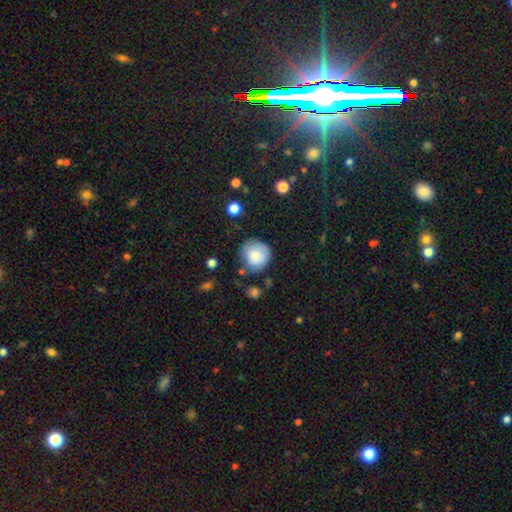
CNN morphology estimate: Q: Smooth or featured?
A: smooth (78%); runner-up: featured or disk (14%)
Q: How rounded?
A: round (89%); runner-up: in between (10%)
Q: Merging?
A: none (65%); runner-up: minor disturbance (23%)